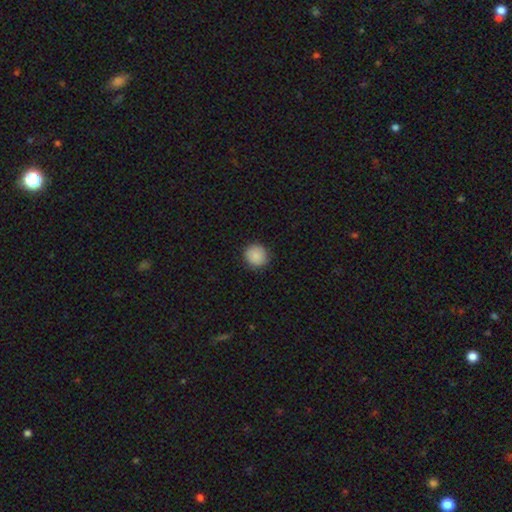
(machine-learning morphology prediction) smooth_or_featured: smooth (p=0.88) [alt: star or artifact p=0.08]
how_rounded: round (p=0.92) [alt: in between p=0.07]
merging: none (p=0.90) [alt: minor disturbance p=0.07]